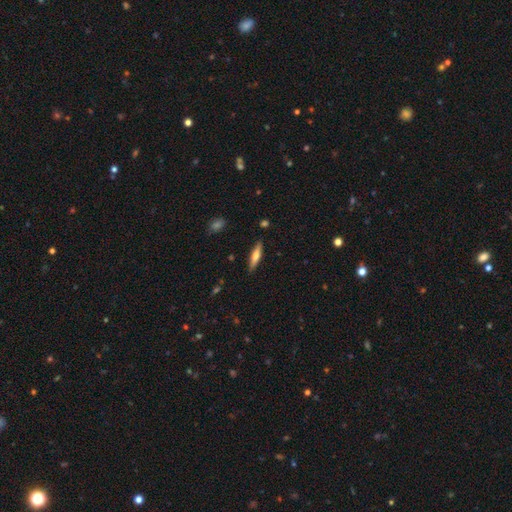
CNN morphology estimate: smooth-or-featured: smooth: 54% | featured or disk: 40% | star or artifact: 6%
  how-rounded: cigar-shaped: 78% | in between: 20% | round: 2%
  merging: none: 88% | minor disturbance: 9% | major disturbance: 2% | merger: 2%